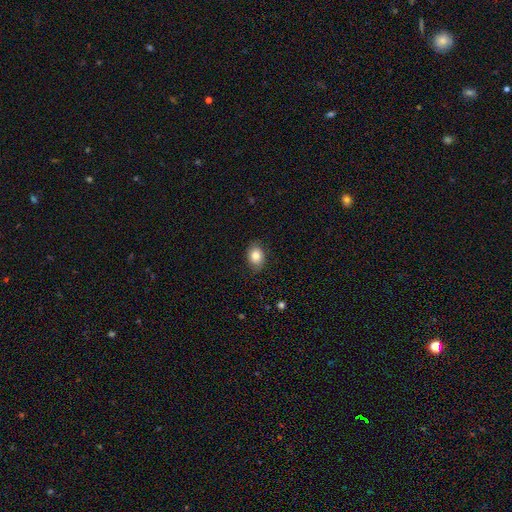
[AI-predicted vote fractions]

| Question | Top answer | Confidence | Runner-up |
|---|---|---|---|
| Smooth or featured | smooth | 83% | featured or disk (9%) |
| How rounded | in between | 64% | round (35%) |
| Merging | none | 82% | minor disturbance (14%) |